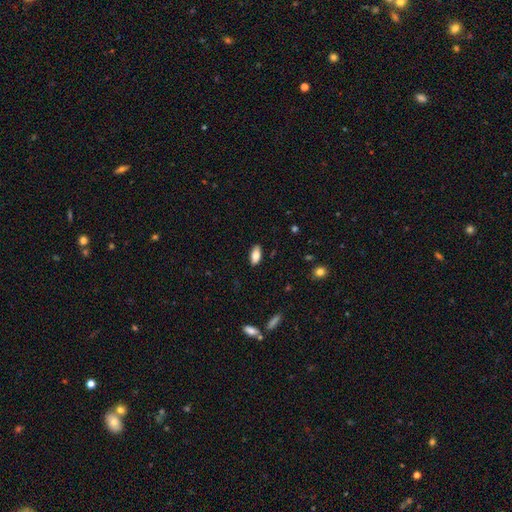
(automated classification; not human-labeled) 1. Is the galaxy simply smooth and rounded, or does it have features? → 82% smooth, 11% featured or disk, 7% star or artifact.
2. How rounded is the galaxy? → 88% in between, 9% cigar-shaped, 2% round.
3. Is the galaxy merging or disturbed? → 87% none, 10% minor disturbance, 2% major disturbance, 1% merger.